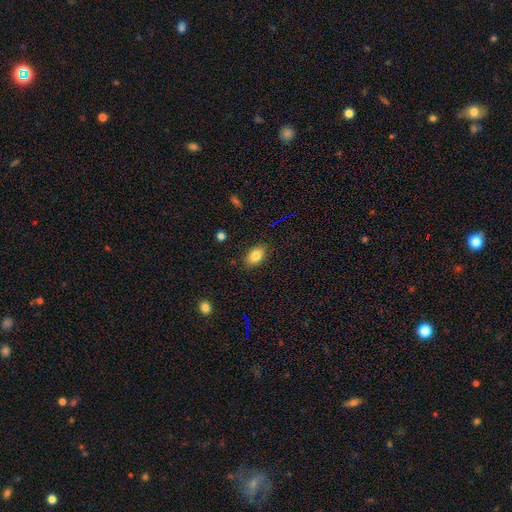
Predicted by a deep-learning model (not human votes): smooth_or_featured: smooth (p=0.81) [alt: featured or disk p=0.09]
how_rounded: in between (p=0.88) [alt: round p=0.10]
merging: none (p=0.86) [alt: minor disturbance p=0.11]